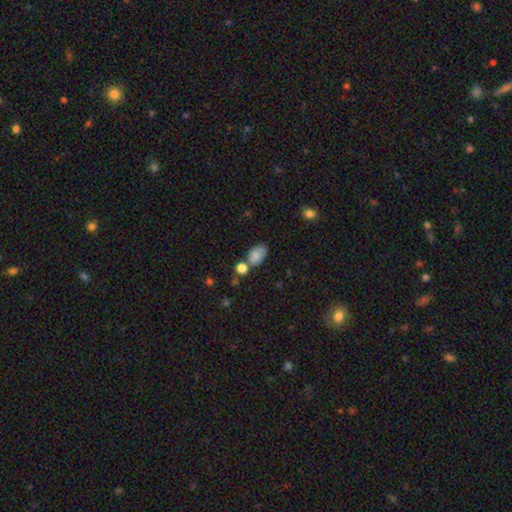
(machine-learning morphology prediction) smooth 80%, featured or disk 10%, star or artifact 10%. Down the decision tree: how rounded — in between (87%); merging — none (52%).